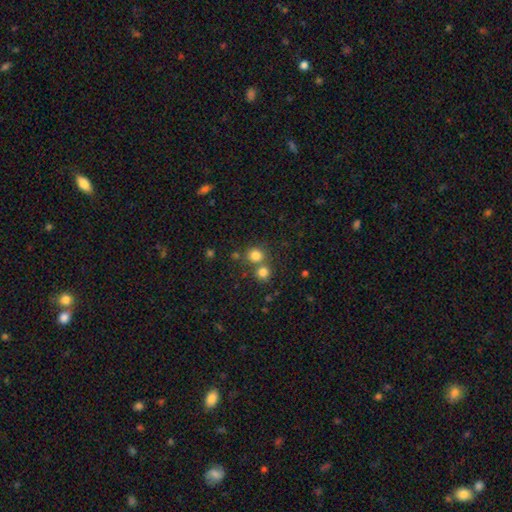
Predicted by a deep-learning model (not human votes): This is likely a smooth galaxy (80%). How rounded: clearly round (85%). Merging: likely none (60%).